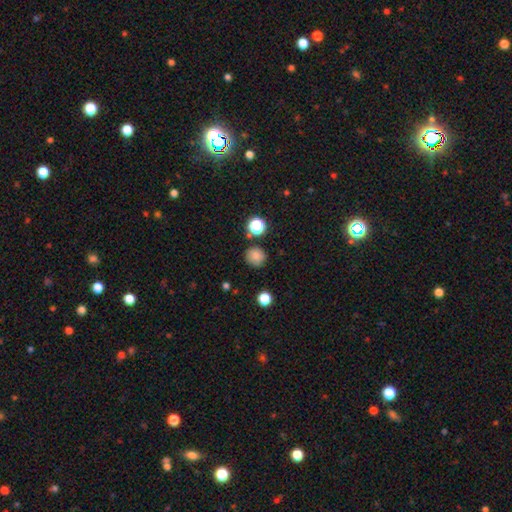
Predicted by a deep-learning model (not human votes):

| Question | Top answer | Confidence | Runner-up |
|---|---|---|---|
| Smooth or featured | smooth | 80% | star or artifact (14%) |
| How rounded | round | 91% | in between (8%) |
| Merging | none | 82% | minor disturbance (11%) |